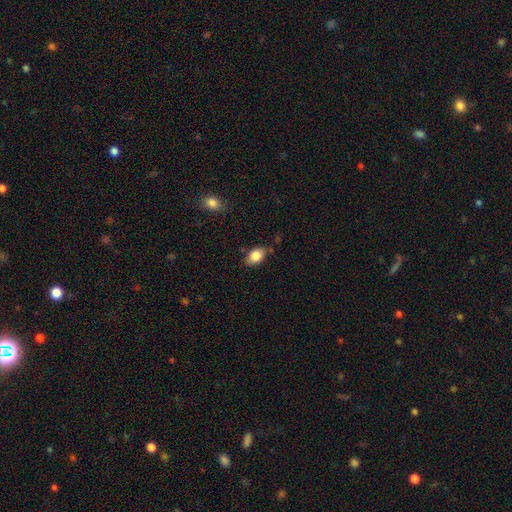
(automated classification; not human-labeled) This is clearly a smooth galaxy (85%). How rounded: clearly in between (87%). Merging: likely none (76%).